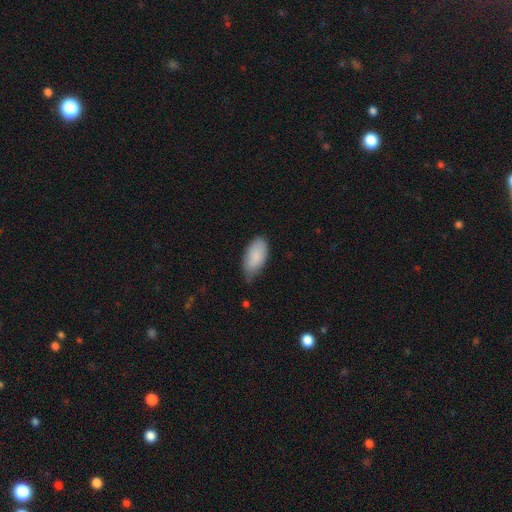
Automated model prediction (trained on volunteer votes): This is clearly a smooth galaxy (88%). How rounded: clearly in between (94%). Merging: likely none (60%).